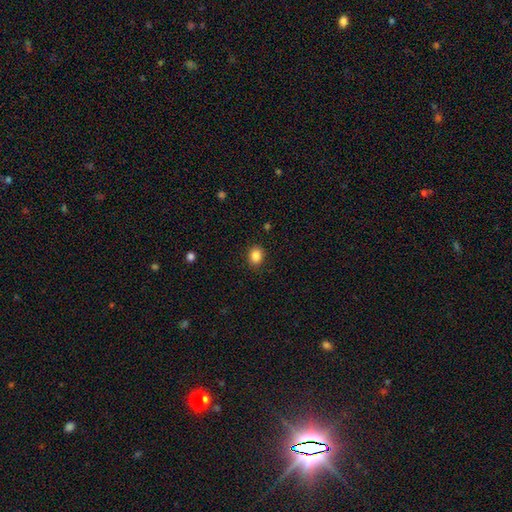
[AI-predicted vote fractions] smooth-or-featured: smooth: 86% | star or artifact: 10% | featured or disk: 4%
  how-rounded: in between: 50% | round: 49% | cigar-shaped: 1%
  merging: none: 89% | minor disturbance: 8% | major disturbance: 2% | merger: 1%